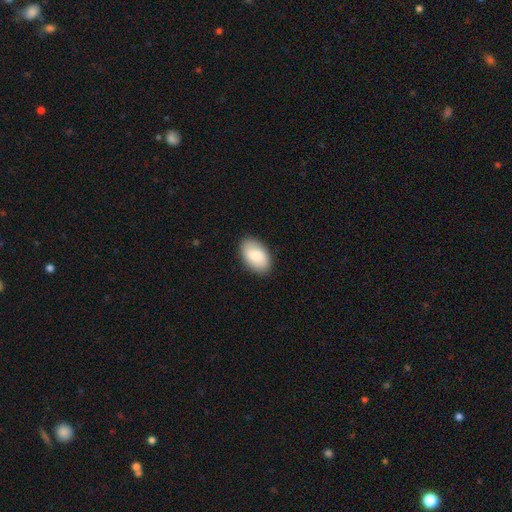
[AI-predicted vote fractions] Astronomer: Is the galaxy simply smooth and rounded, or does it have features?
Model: smooth — 83%.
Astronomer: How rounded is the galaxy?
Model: in between — 94%.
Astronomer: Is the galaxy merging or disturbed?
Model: none — 87%.